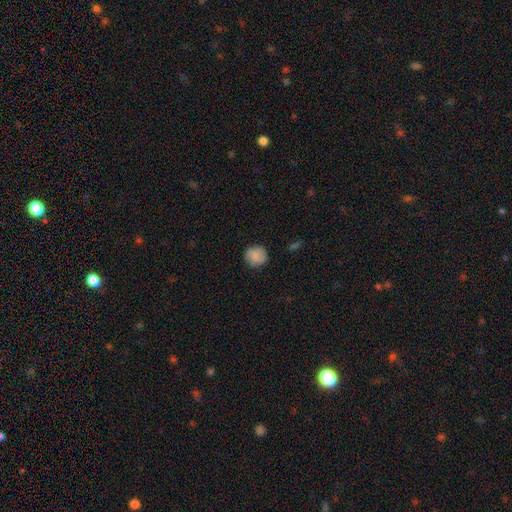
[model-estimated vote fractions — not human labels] smooth 83%, featured or disk 10%, star or artifact 8%. Down the decision tree: how rounded — round (88%); merging — none (82%).